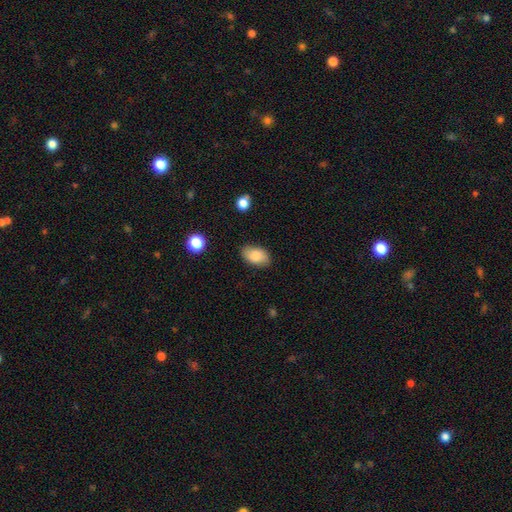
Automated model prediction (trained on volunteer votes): The model was most divided on "merging": none: 81%, minor disturbance: 14%, major disturbance: 3%, merger: 1%. More confident: how rounded — in between (92%); smooth or featured — smooth (83%).